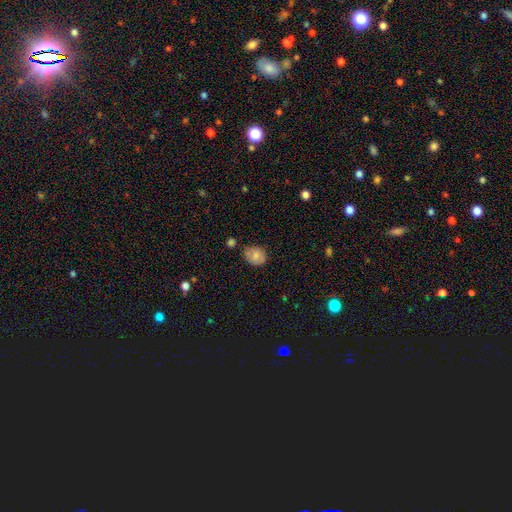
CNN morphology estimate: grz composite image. It shows a smooth galaxy with no disk features (76%) that is round (52%). Merging: none (64%).